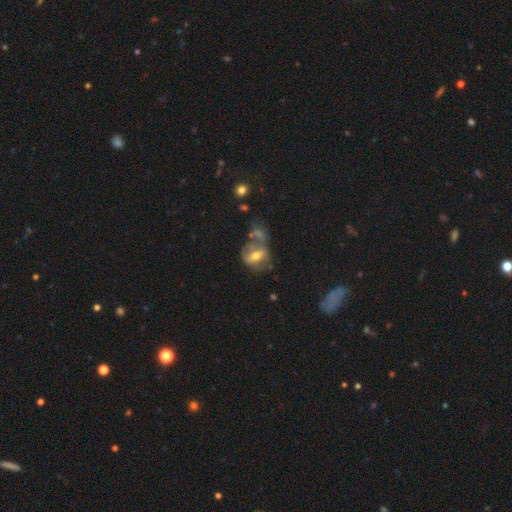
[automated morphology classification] Smooth or featured?
  - featured or disk: 50% *
  - smooth: 40%
  - star or artifact: 10%
Merging?
  - merger: 31% *
  - none: 29%
  - major disturbance: 22%
  - minor disturbance: 19%